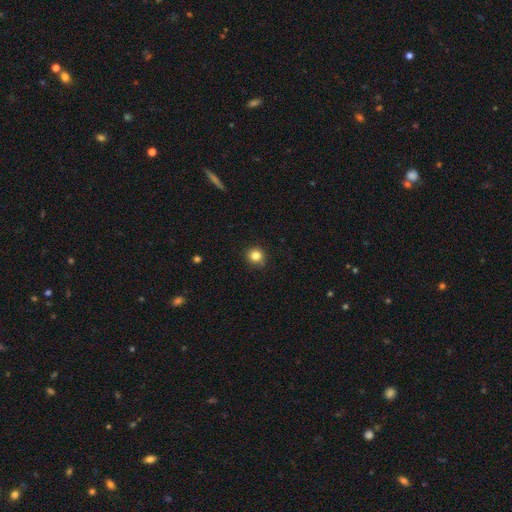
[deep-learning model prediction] smooth 83%, star or artifact 12%, featured or disk 5%. Down the decision tree: how rounded — round (90%); merging — none (83%).